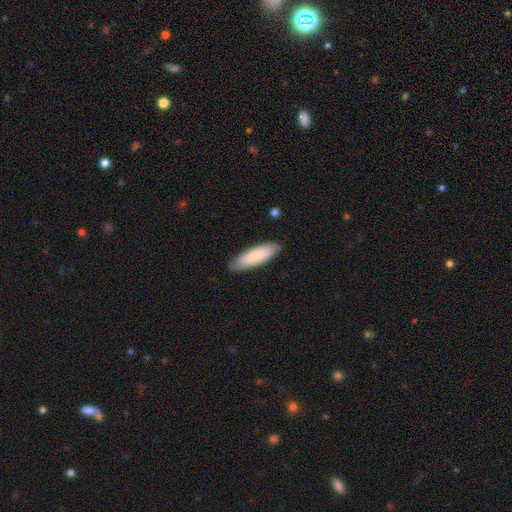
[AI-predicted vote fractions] Smooth or featured? Predicted: smooth (p=0.82). How rounded? Predicted: cigar-shaped (p=0.54). Merging? Predicted: none (p=0.85).